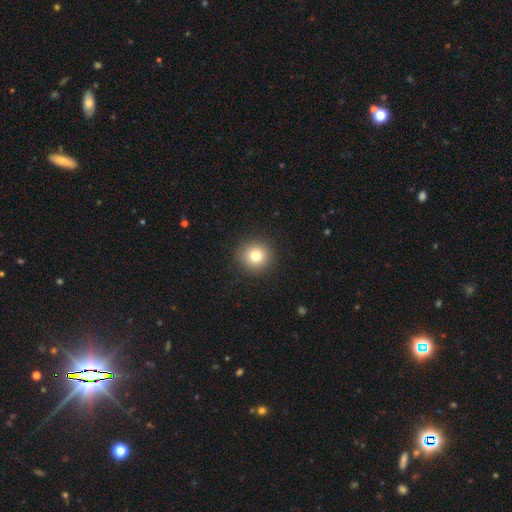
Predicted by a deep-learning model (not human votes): Smooth or featured?
  - smooth: 80% *
  - star or artifact: 12%
  - featured or disk: 9%
How rounded?
  - round: 93% *
  - in between: 6%
  - cigar-shaped: 1%
Merging?
  - none: 91% *
  - minor disturbance: 6%
  - major disturbance: 2%
  - merger: 1%